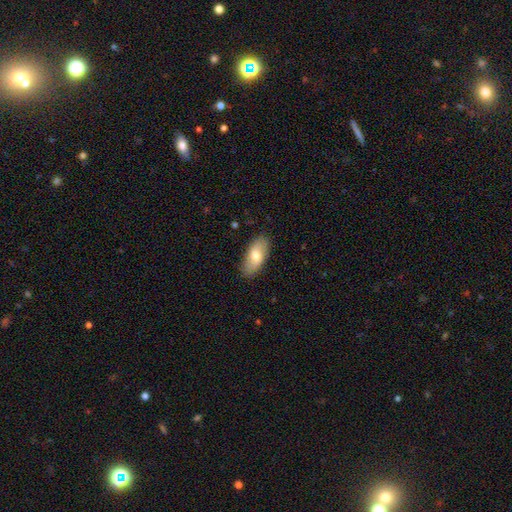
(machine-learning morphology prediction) type=smooth (73%); roundness=in between (88%); merging=none (85%).